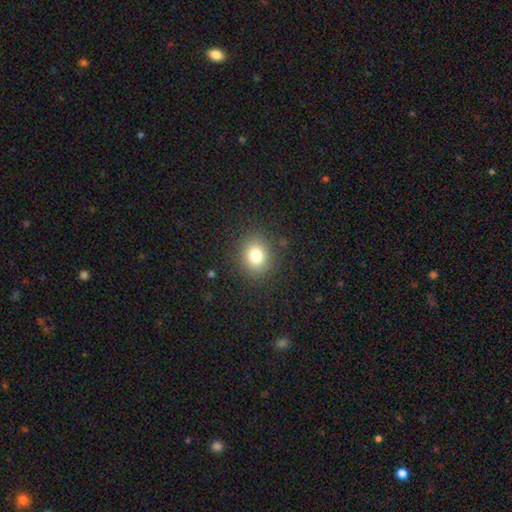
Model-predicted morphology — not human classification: Overall: smooth (79%). How rounded: round (73%). Merging: none (88%).